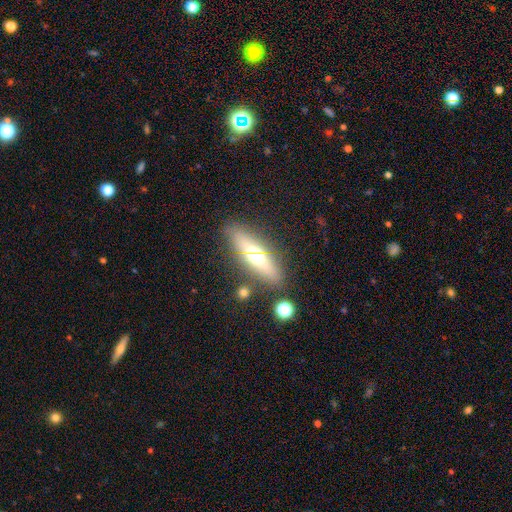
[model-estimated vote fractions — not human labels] A featured or disk galaxy (49%). Merging: none (82%).